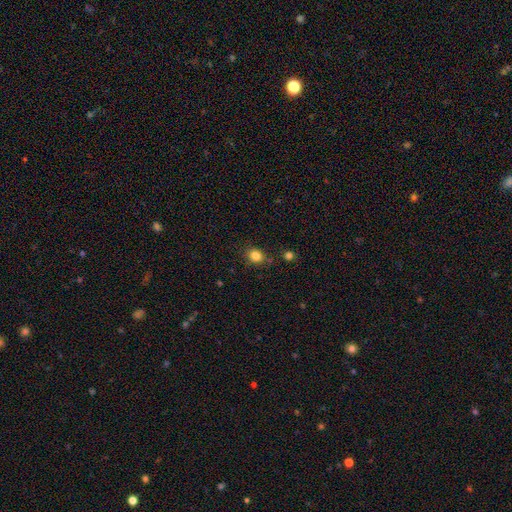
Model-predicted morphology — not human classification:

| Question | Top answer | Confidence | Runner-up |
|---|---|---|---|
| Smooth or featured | smooth | 83% | star or artifact (12%) |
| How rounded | round | 60% | in between (39%) |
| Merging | none | 80% | minor disturbance (13%) |